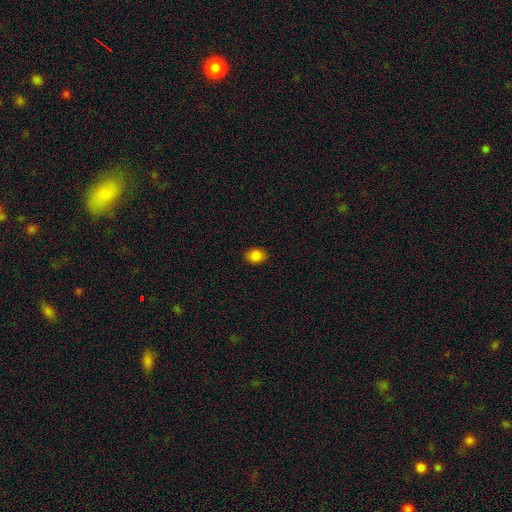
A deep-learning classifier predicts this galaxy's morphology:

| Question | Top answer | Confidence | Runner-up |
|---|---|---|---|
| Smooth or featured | smooth | 84% | star or artifact (11%) |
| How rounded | in between | 62% | round (37%) |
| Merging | none | 88% | minor disturbance (9%) |